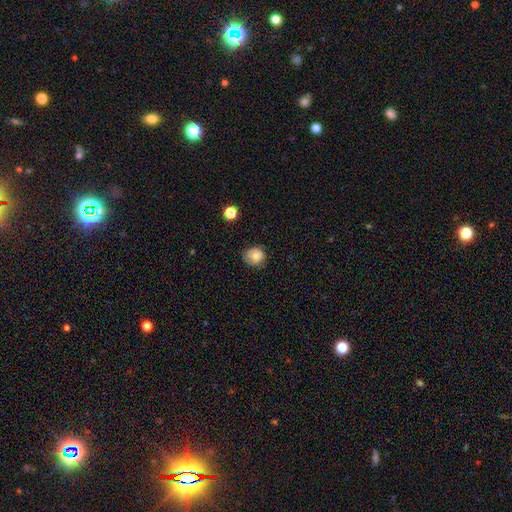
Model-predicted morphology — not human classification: Smooth or featured? smooth (78%)
How rounded? round (82%)
Merging? none (72%)